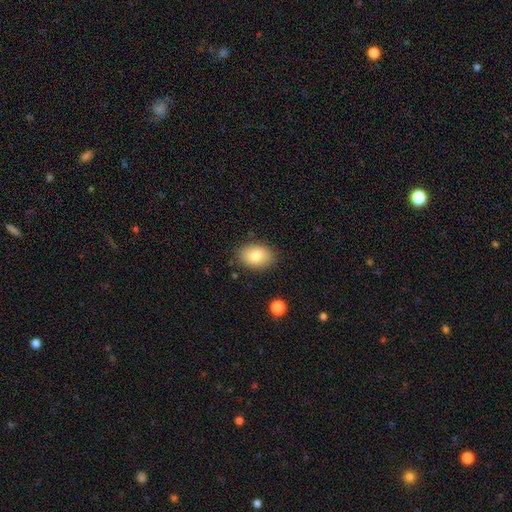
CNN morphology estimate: smooth_or_featured: smooth (p=0.81) [alt: featured or disk p=0.11]
how_rounded: in between (p=0.80) [alt: round p=0.19]
merging: none (p=0.85) [alt: minor disturbance p=0.11]